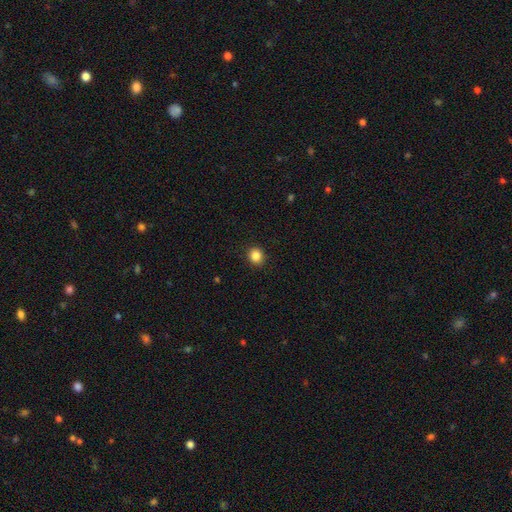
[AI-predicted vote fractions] A smooth galaxy with no disk features (85%) that is round (83%). Merging: none (91%).